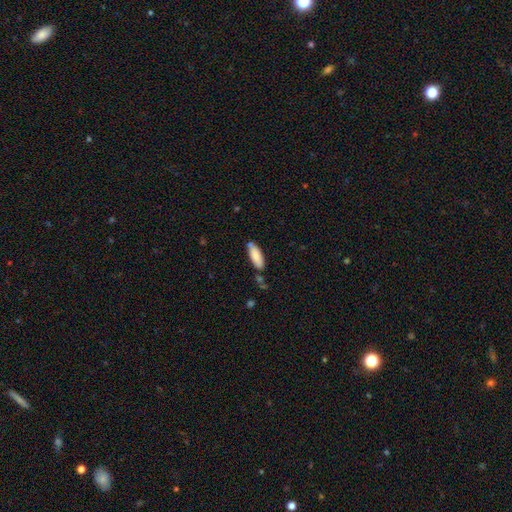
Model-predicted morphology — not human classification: Overall: smooth (83%). How rounded: in between (66%; cigar-shaped 32%). Merging: none (72%).